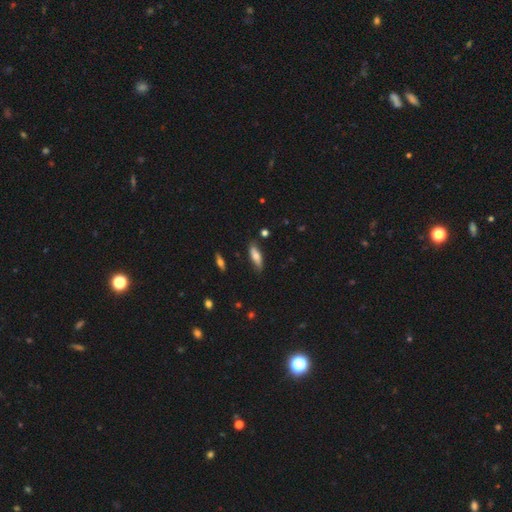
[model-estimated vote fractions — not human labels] smooth 68%, featured or disk 25%, star or artifact 7%. Down the decision tree: how rounded — in between (54%); merging — none (79%).